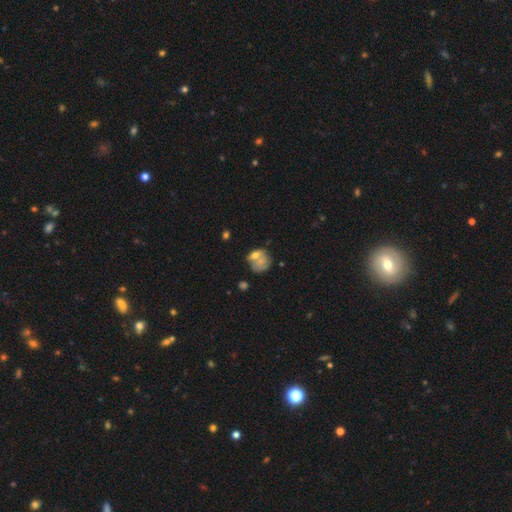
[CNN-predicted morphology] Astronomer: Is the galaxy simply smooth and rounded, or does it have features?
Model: smooth — 55% (runner-up: featured or disk, 34%).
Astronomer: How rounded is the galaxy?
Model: round — 67%.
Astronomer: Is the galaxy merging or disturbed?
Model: none — 38% (runner-up: merger, 25%).